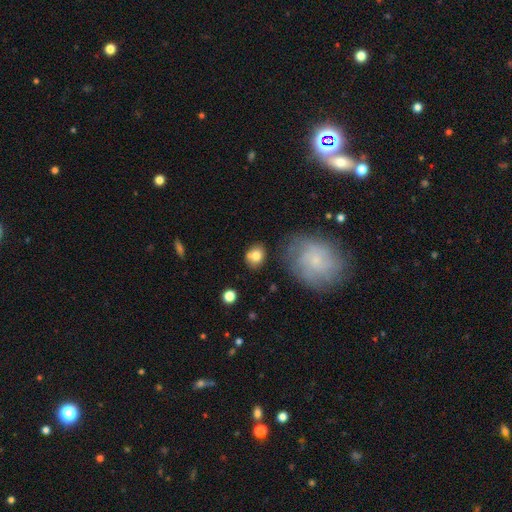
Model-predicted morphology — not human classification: smooth_or_featured: smooth (p=0.77) [alt: featured or disk p=0.14]
how_rounded: round (p=0.56) [alt: in between p=0.42]
merging: none (p=0.68) [alt: minor disturbance p=0.16]